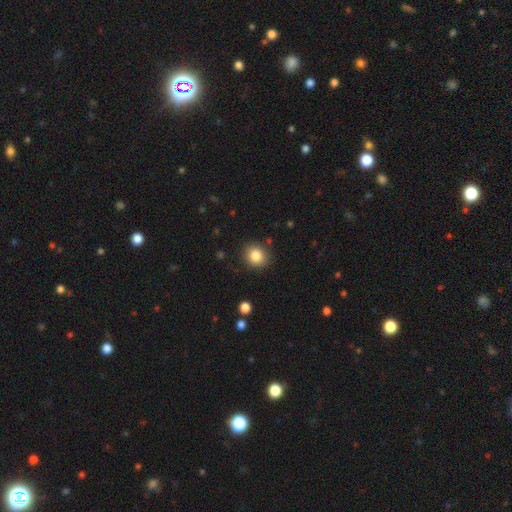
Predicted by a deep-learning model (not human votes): Morphology: type=smooth (84%); roundness=round (83%); merging=none (88%).